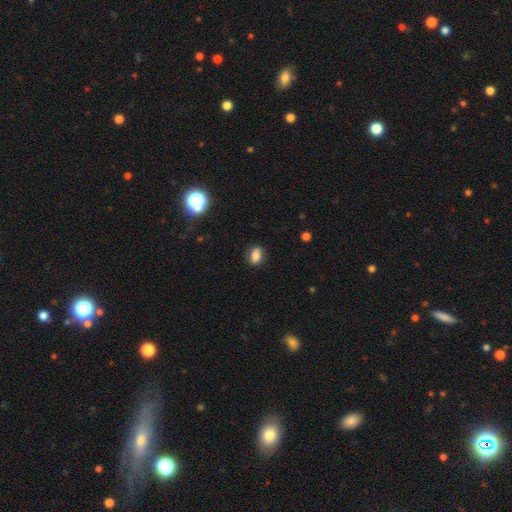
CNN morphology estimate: Smooth or featured? smooth (72%)
How rounded? in between (68%)
Merging? none (82%)